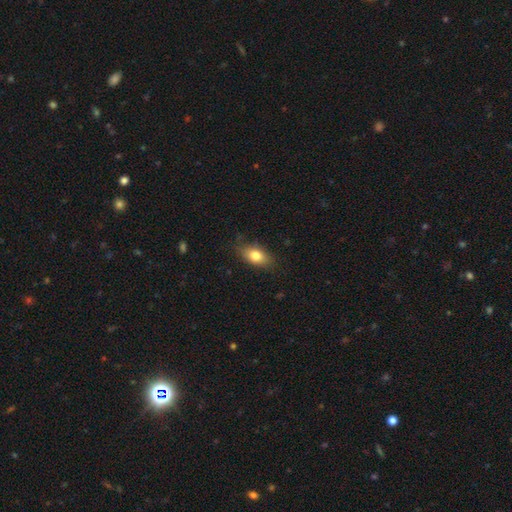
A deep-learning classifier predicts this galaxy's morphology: Smooth or featured? smooth (78%)
How rounded? in between (84%)
Merging? none (79%)